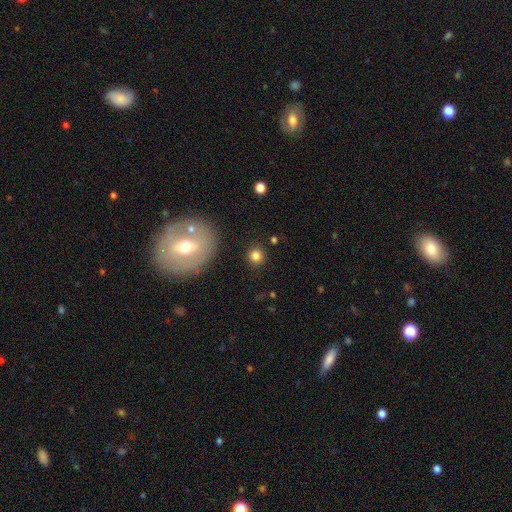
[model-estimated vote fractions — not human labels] smooth_or_featured: smooth (p=0.81) [alt: star or artifact p=0.12]
how_rounded: round (p=0.91) [alt: in between p=0.08]
merging: none (p=0.89) [alt: minor disturbance p=0.06]